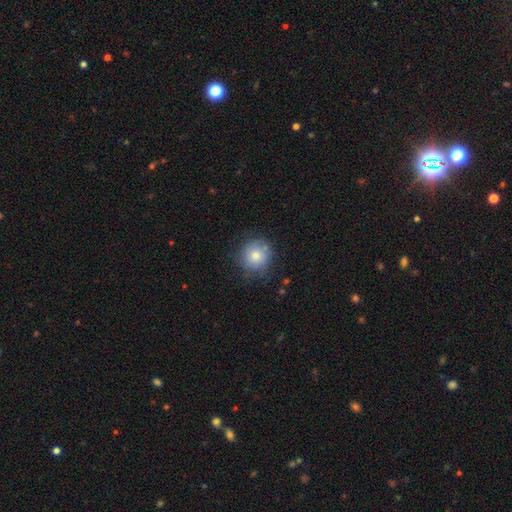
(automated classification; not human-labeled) This appears to be a smooth galaxy with no disk features (76%) that is round (92%). Merging: none (75%).